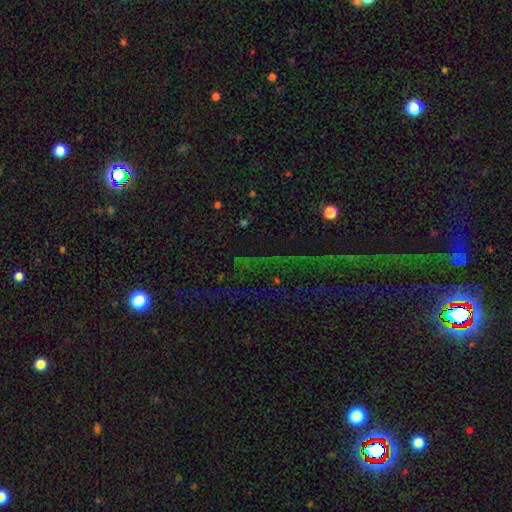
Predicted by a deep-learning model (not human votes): Smooth or featured?
  - star or artifact: 78% *
  - smooth: 12%
  - featured or disk: 11%